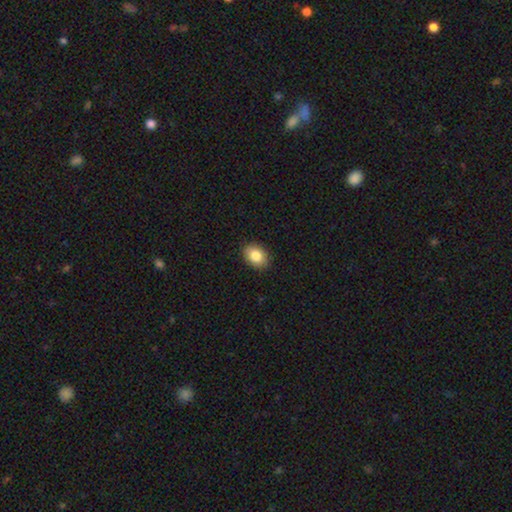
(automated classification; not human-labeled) Smooth or featured?
  - smooth: 85% *
  - star or artifact: 8%
  - featured or disk: 7%
How rounded?
  - in between: 76% *
  - round: 23%
  - cigar-shaped: 1%
Merging?
  - none: 89% *
  - minor disturbance: 8%
  - major disturbance: 2%
  - merger: 1%